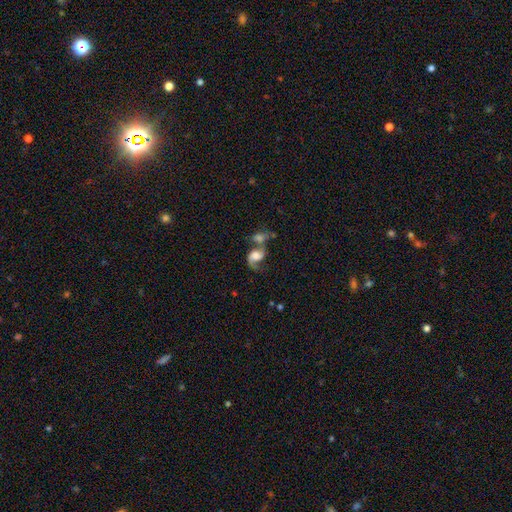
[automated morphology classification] A featured or disk galaxy (54%) with no bar (62%), spiral arms (85%) and a large central bulge (41%). Merging: merger (59%).